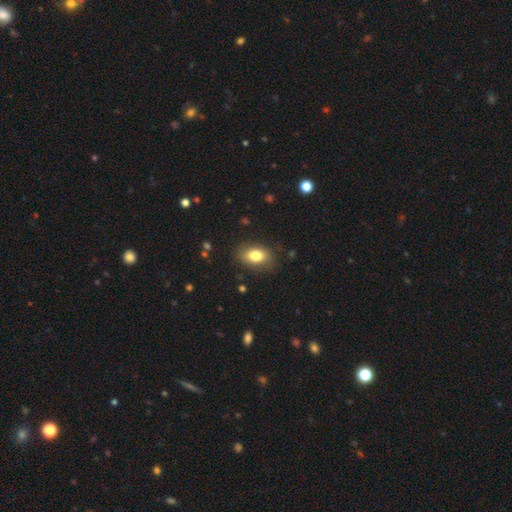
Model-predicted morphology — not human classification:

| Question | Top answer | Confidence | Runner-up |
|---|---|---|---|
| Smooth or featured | smooth | 80% | featured or disk (11%) |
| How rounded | in between | 83% | round (15%) |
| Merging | none | 84% | minor disturbance (12%) |